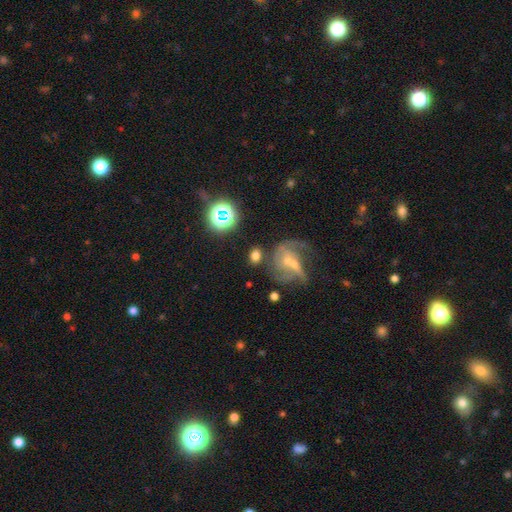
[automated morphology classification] Q: Smooth or featured?
A: smooth (61%); runner-up: star or artifact (20%)
Q: How rounded?
A: in between (55%); runner-up: round (42%)
Q: Merging?
A: none (63%); runner-up: merger (15%)